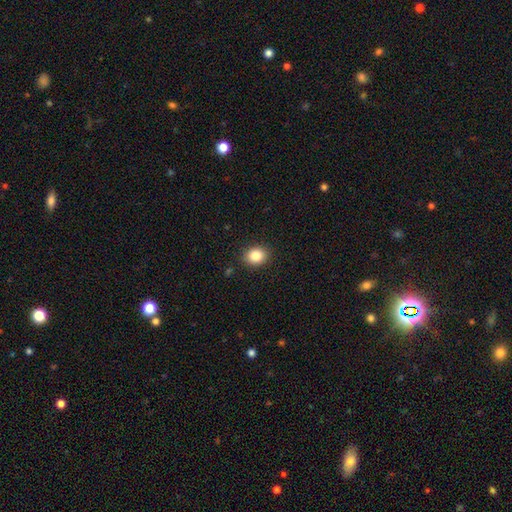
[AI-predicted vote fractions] A smooth galaxy with no disk features (85%) that is round (51%). Merging: none (89%).